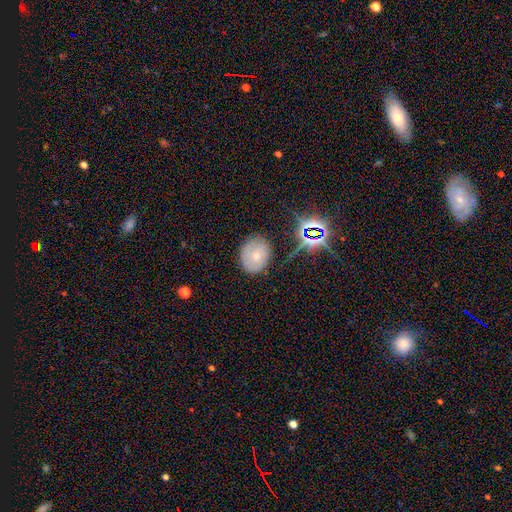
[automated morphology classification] A smooth galaxy with no disk features (57%) that is in between round and cigar-shaped (50%).

Vote fractions:
- Smooth or featured? smooth: 57% / featured or disk: 26% / star or artifact: 17%
- How rounded? in between: 50% / round: 49% / cigar-shaped: 1%
- Merging? none: 73% / minor disturbance: 20% / major disturbance: 5% / merger: 2%